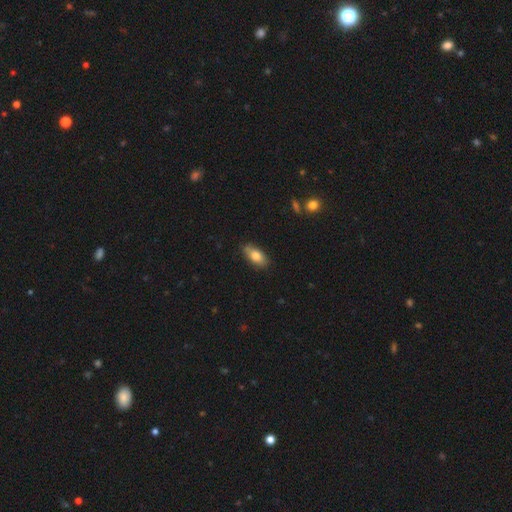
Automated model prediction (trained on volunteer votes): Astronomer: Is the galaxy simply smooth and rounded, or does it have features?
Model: smooth — 79%.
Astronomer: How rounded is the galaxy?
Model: in between — 88%.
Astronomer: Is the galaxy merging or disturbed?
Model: none — 82%.